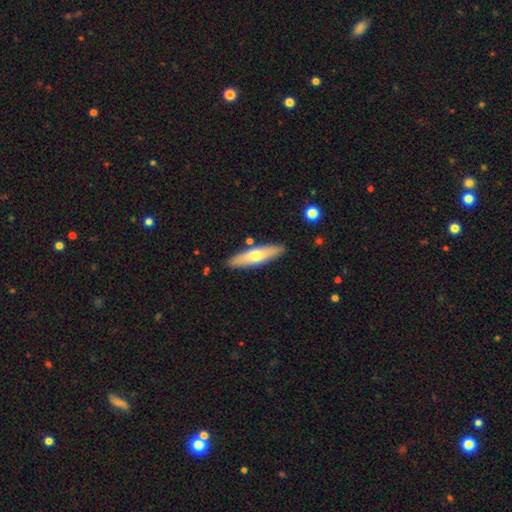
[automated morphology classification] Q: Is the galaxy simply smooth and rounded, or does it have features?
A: smooth — 57%.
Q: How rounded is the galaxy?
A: cigar-shaped — 68%.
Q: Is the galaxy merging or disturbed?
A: none — 87%.